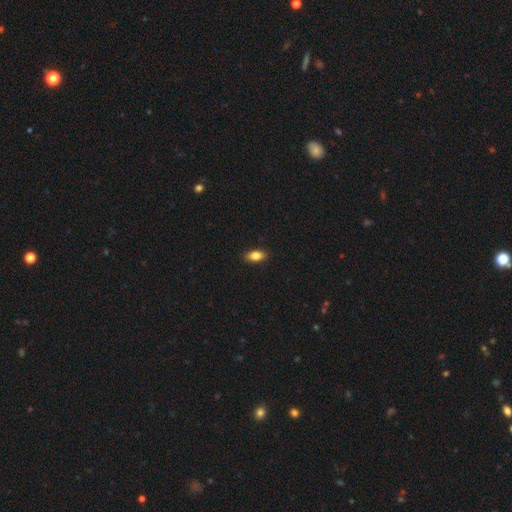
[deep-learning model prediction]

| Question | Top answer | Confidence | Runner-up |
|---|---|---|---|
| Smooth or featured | smooth | 81% | featured or disk (12%) |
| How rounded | in between | 87% | cigar-shaped (9%) |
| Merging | none | 89% | minor disturbance (8%) |